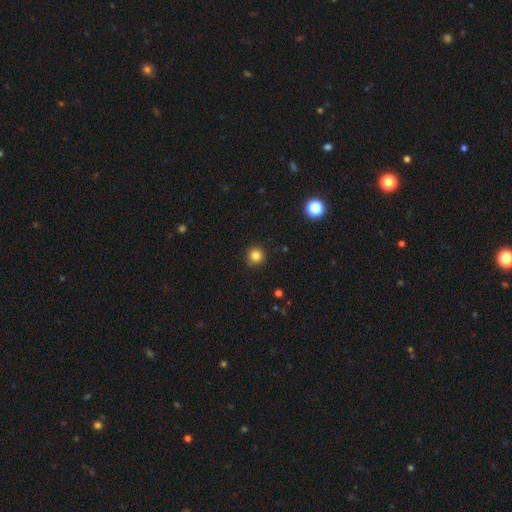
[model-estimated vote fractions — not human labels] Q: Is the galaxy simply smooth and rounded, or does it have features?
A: smooth — 83%.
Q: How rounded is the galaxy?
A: round — 94%.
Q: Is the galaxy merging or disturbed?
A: none — 91%.